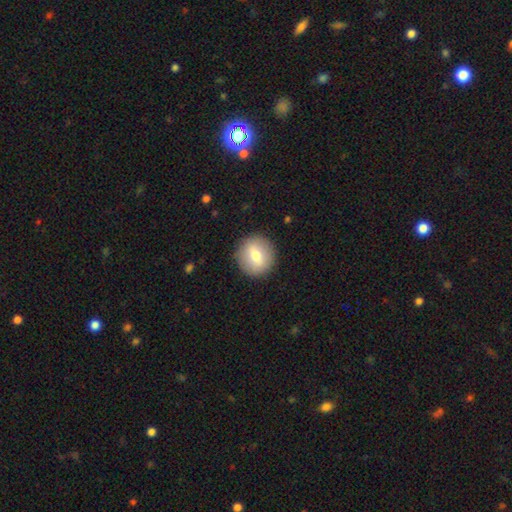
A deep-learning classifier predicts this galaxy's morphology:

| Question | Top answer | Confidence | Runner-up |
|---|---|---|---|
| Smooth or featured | smooth | 68% | featured or disk (24%) |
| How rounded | round | 92% | in between (7%) |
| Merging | none | 91% | minor disturbance (6%) |